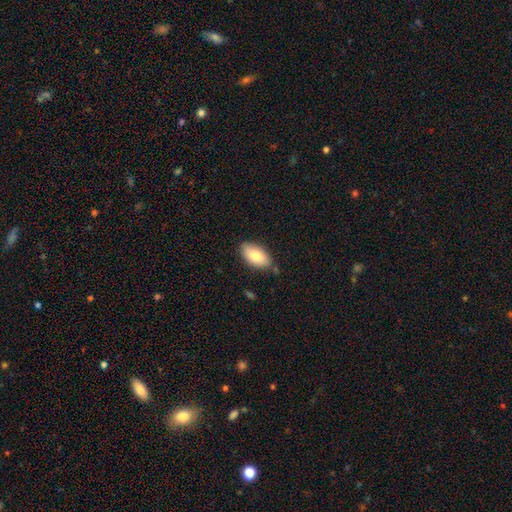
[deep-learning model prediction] This appears to be a smooth galaxy with no disk features (79%) that is in between round and cigar-shaped (93%). Merging: none (79%).